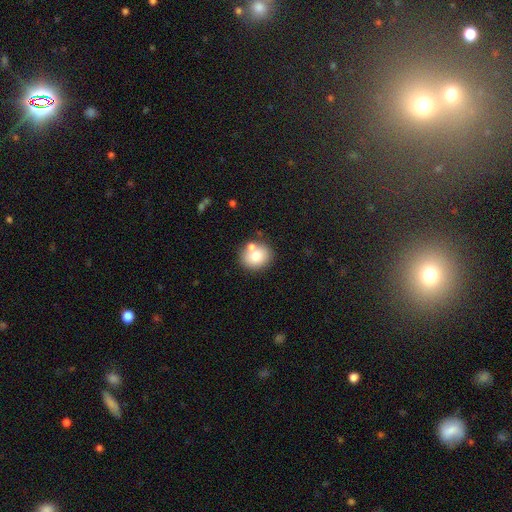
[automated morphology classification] smooth 74%, featured or disk 16%, star or artifact 10%. Down the decision tree: how rounded — round (78%); merging — none (68%).